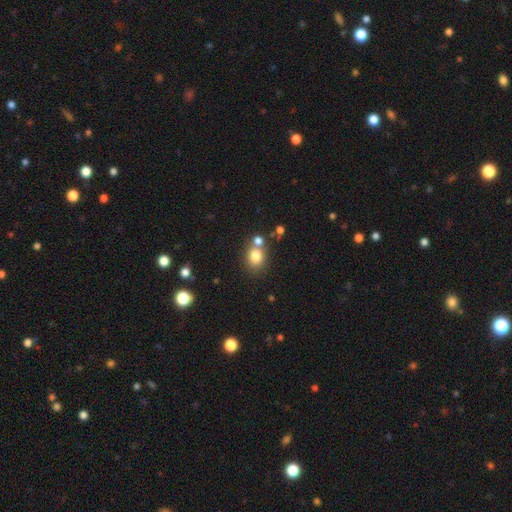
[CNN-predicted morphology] Smooth or featured? Predicted: smooth (p=0.80). How rounded? Predicted: round (p=0.61). Merging? Predicted: none (p=0.60).